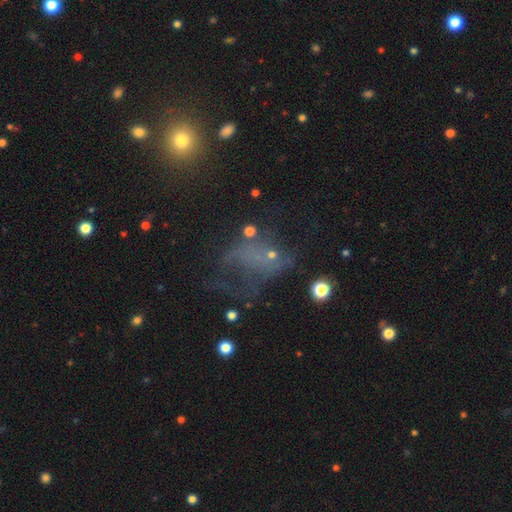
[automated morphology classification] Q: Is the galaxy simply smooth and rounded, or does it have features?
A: star or artifact — 35%.